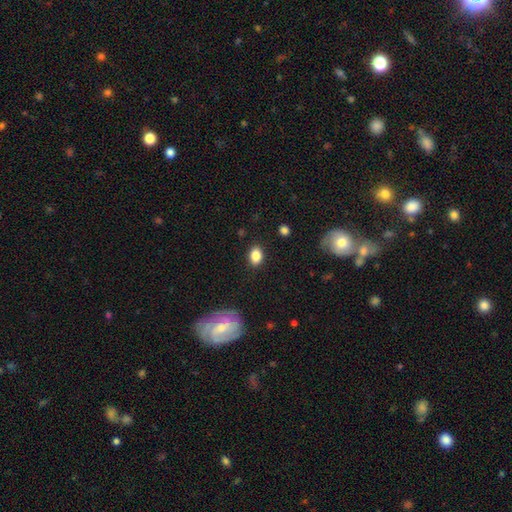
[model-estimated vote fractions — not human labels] smooth_or_featured: smooth (p=0.85) [alt: star or artifact p=0.09]
how_rounded: in between (p=0.76) [alt: round p=0.22]
merging: none (p=0.86) [alt: minor disturbance p=0.10]